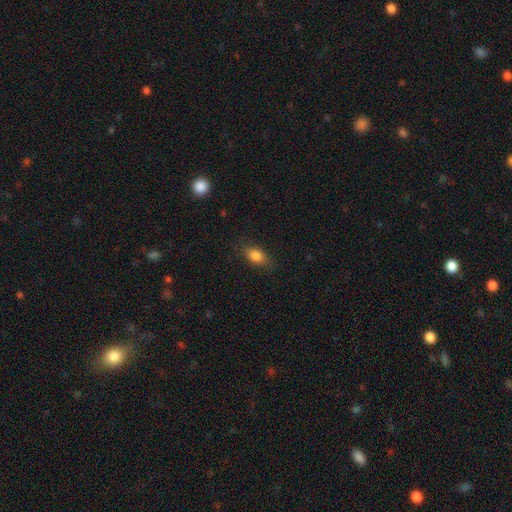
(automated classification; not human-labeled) Overall: smooth (85%). How rounded: in between (86%). Merging: none (82%).